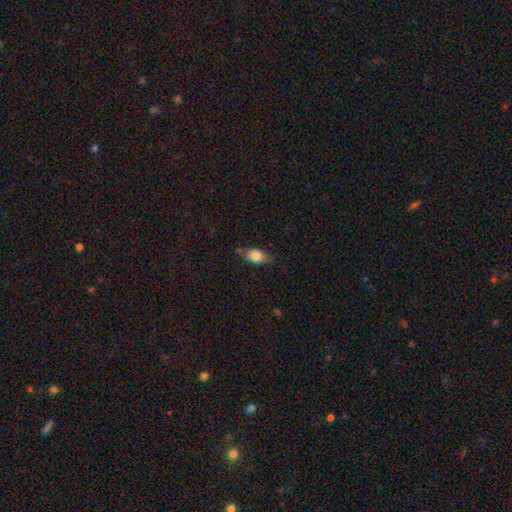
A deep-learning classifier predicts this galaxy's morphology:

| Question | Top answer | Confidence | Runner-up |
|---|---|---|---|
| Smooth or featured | smooth | 77% | featured or disk (14%) |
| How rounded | in between | 80% | round (14%) |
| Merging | none | 63% | minor disturbance (26%) |